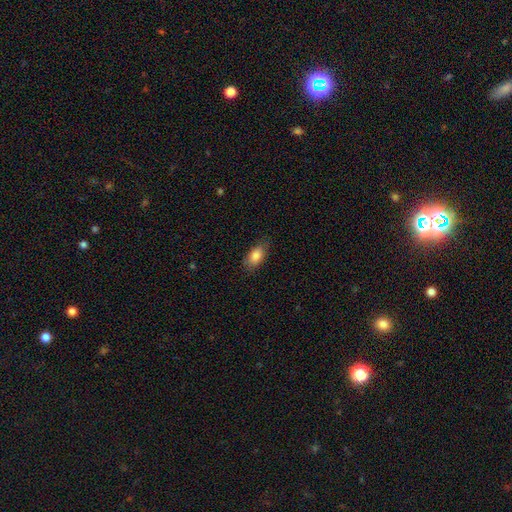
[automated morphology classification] Q: Smooth or featured?
A: smooth (85%); runner-up: featured or disk (8%)
Q: How rounded?
A: in between (89%); runner-up: round (6%)
Q: Merging?
A: none (78%); runner-up: minor disturbance (17%)